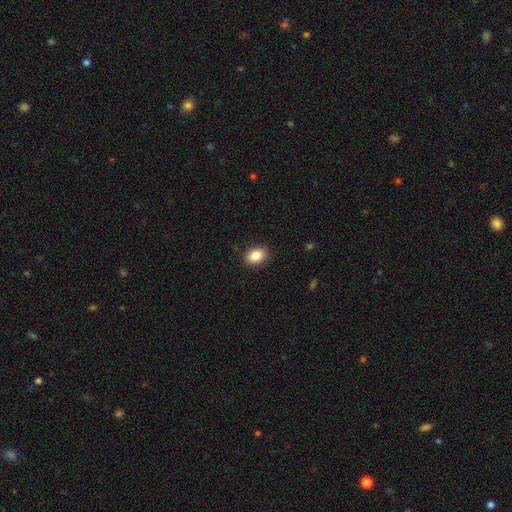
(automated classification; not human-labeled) smooth_or_featured: smooth (p=0.86) [alt: star or artifact p=0.09]
how_rounded: in between (p=0.74) [alt: round p=0.25]
merging: none (p=0.89) [alt: minor disturbance p=0.08]